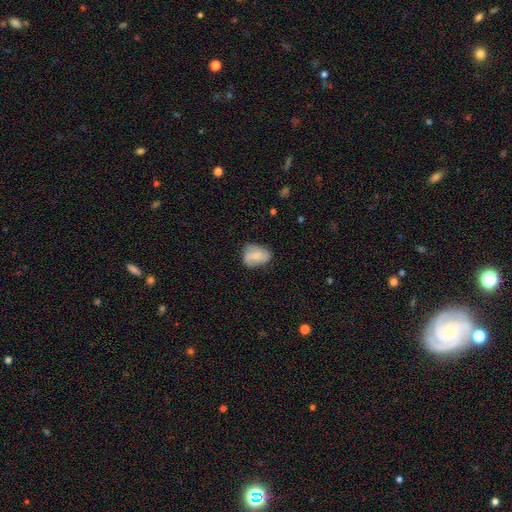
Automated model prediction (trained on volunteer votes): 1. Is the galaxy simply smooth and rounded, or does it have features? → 51% smooth, 42% featured or disk, 7% star or artifact.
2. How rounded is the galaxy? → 69% in between, 30% round, 1% cigar-shaped.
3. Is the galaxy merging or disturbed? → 63% none, 27% minor disturbance, 8% major disturbance, 1% merger.